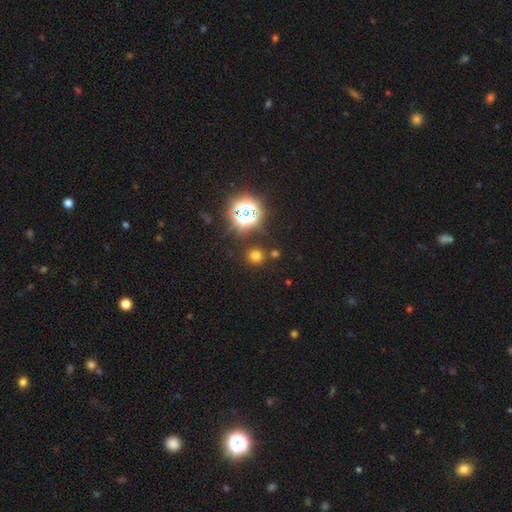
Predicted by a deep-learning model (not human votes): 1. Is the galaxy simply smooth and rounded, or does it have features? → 65% smooth, 28% star or artifact, 7% featured or disk.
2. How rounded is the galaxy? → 89% round, 9% in between, 1% cigar-shaped.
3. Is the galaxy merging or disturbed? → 84% none, 7% minor disturbance, 6% merger, 3% major disturbance.